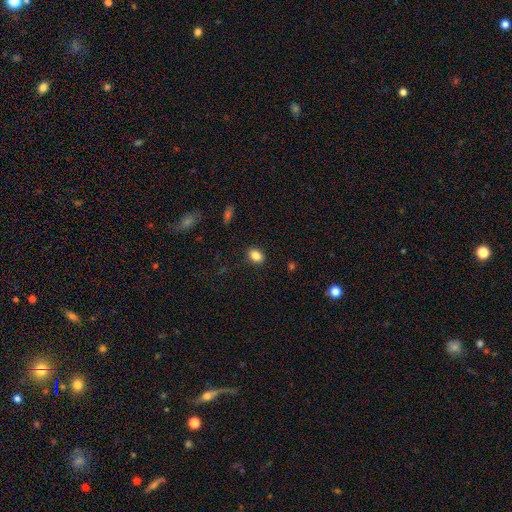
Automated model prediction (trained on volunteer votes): The model was most divided on "how rounded": in between: 78%, round: 21%, cigar-shaped: 2%. More confident: merging — none (87%); smooth or featured — smooth (84%).